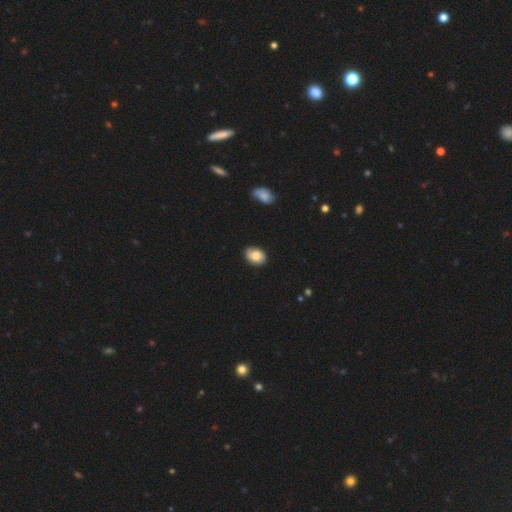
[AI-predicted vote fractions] Morphology: type=smooth (79%); roundness=in between (80%); merging=none (81%).